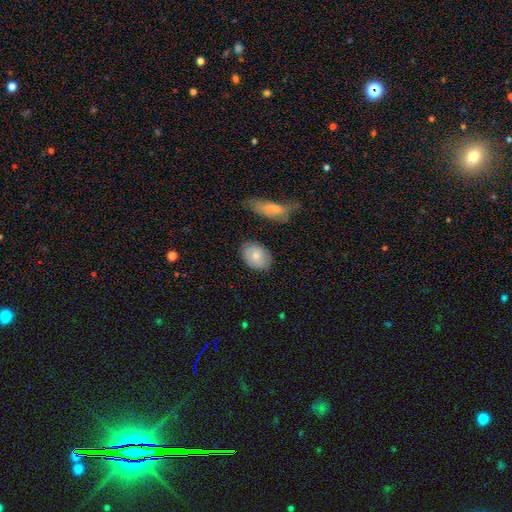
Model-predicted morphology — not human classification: A smooth galaxy with no disk features (76%) that is in between round and cigar-shaped (77%). Merging: none (78%).